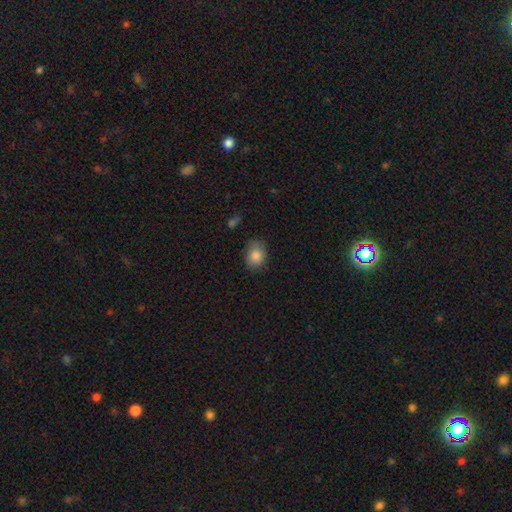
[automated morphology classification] type=smooth (85%); roundness=in between (55%); merging=none (76%).